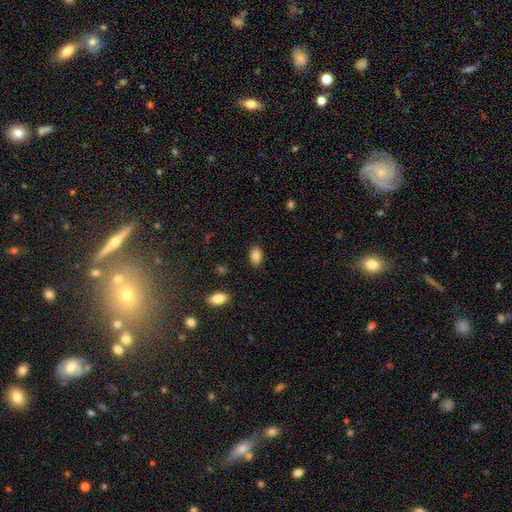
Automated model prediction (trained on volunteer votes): Smooth or featured? smooth (85%)
How rounded? in between (89%)
Merging? none (87%)